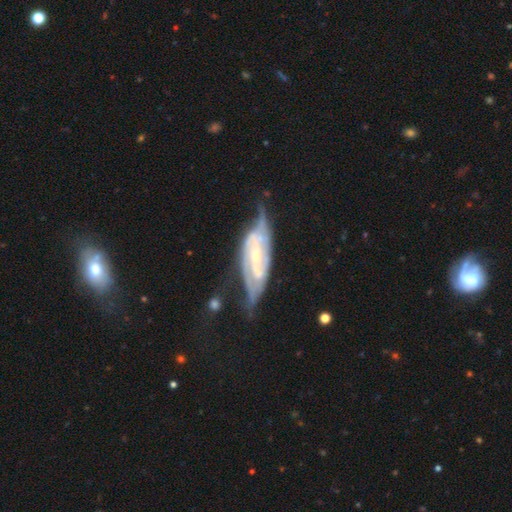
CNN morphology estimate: Smooth or featured? Predicted: featured or disk (p=0.87). Edge-on disk? Predicted: no (p=0.90). Bar? Predicted: weak (p=0.41). Spiral arms? Predicted: yes (p=0.95). Spiral winding? Predicted: tight (p=0.48). Spiral arm count? Predicted: 2 (p=0.65). Bulge size? Predicted: small (p=0.64). Merging? Predicted: none (p=0.55).